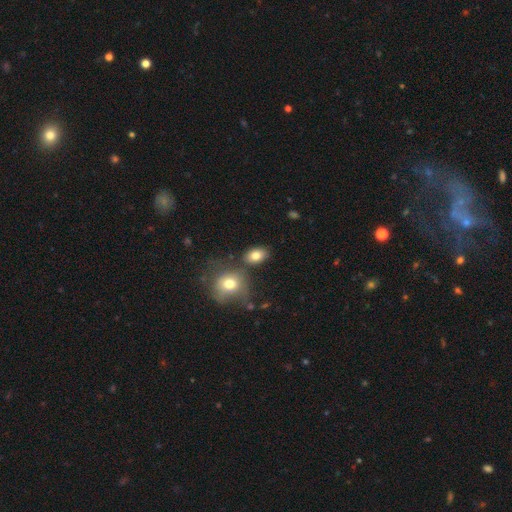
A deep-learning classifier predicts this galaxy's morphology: This is clearly a smooth galaxy (81%). How rounded: likely in between (78%). Merging: likely none (70%).